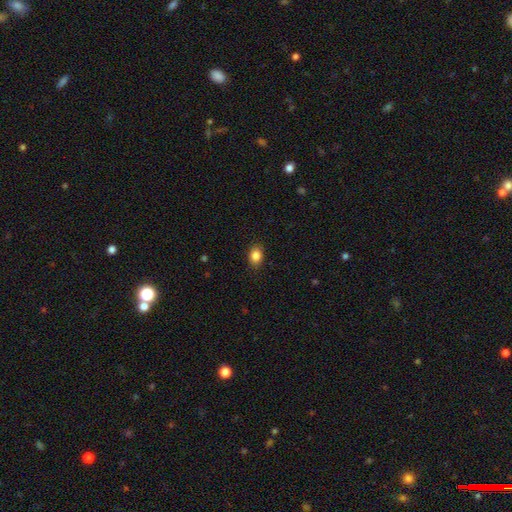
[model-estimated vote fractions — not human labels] This is clearly a smooth galaxy (85%). How rounded: likely in between (70%). Merging: clearly none (88%).